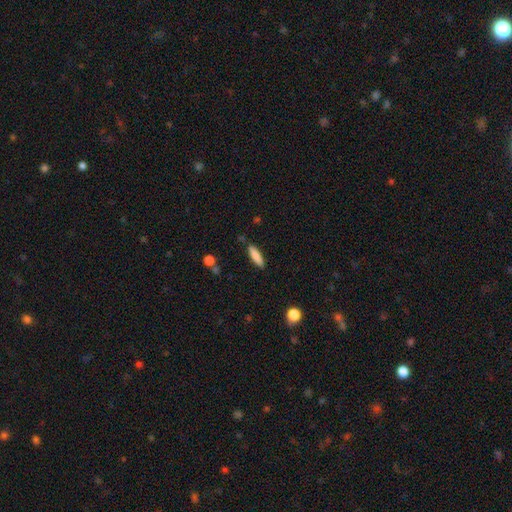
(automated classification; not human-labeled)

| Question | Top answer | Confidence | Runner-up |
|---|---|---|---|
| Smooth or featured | smooth | 82% | featured or disk (12%) |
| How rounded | cigar-shaped | 69% | in between (29%) |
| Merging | none | 86% | minor disturbance (9%) |